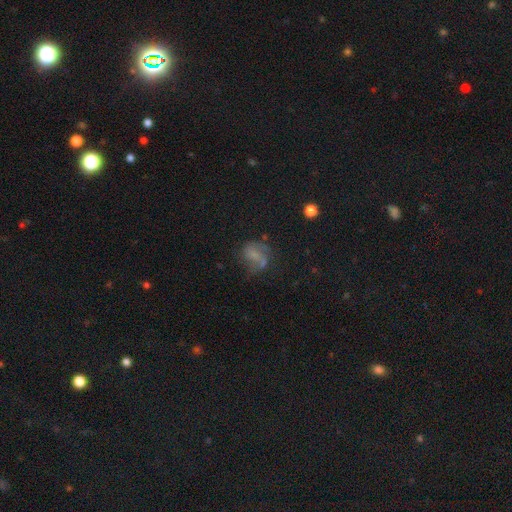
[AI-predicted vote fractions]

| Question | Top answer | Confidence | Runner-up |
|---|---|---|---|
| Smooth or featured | smooth | 43% | featured or disk (42%) |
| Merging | none | 43% | major disturbance (25%) |